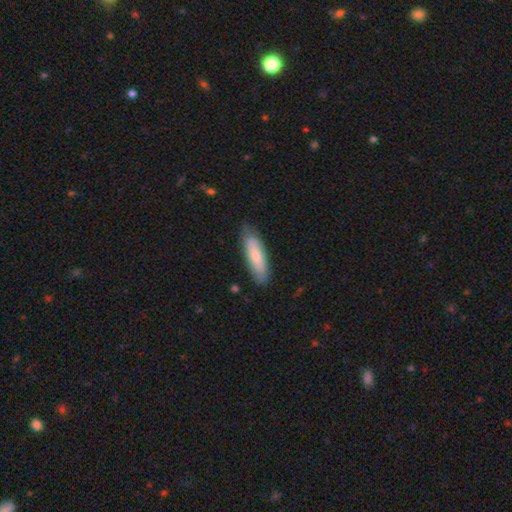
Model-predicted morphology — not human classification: Smooth or featured?
  - smooth: 73% *
  - featured or disk: 22%
  - star or artifact: 5%
How rounded?
  - cigar-shaped: 55% *
  - in between: 43%
  - round: 2%
Merging?
  - none: 79% *
  - minor disturbance: 17%
  - major disturbance: 3%
  - merger: 1%